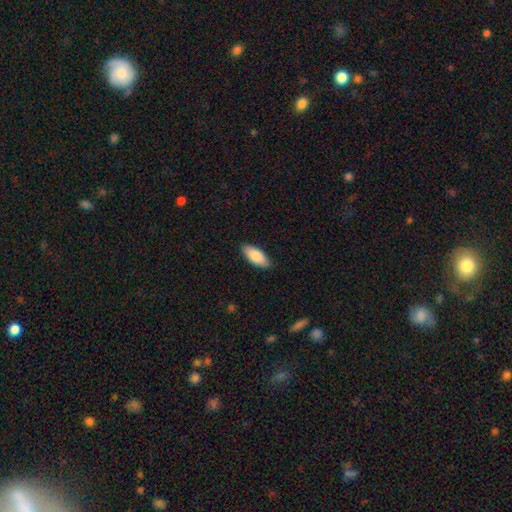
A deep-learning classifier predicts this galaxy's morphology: Smooth or featured? Predicted: smooth (p=0.84). How rounded? Predicted: in between (p=0.85). Merging? Predicted: none (p=0.87).